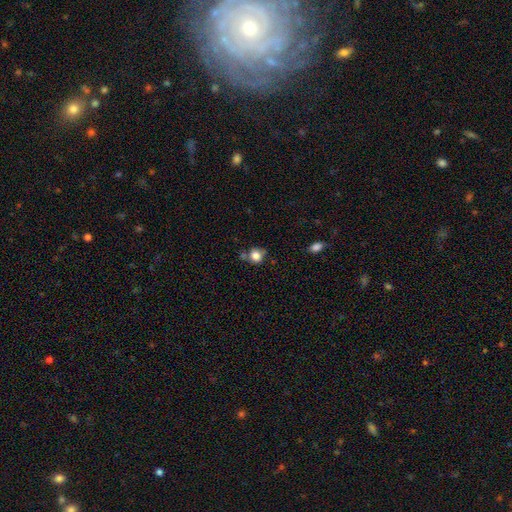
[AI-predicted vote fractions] smooth 81%, star or artifact 11%, featured or disk 8%. Down the decision tree: how rounded — round (81%); merging — none (62%).